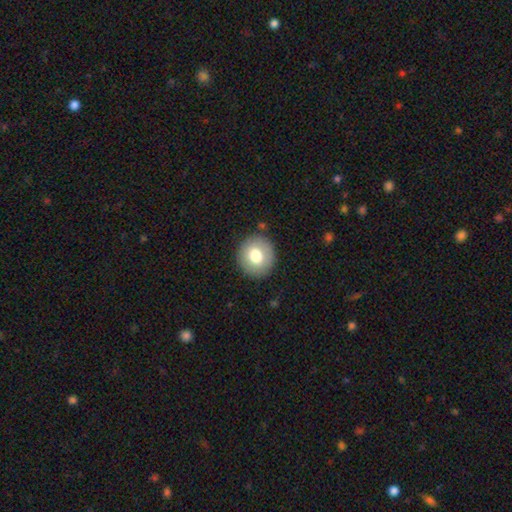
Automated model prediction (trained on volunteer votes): The model was most divided on "smooth or featured": smooth: 75%, featured or disk: 17%, star or artifact: 8%. More confident: merging — none (88%); how rounded — round (87%).